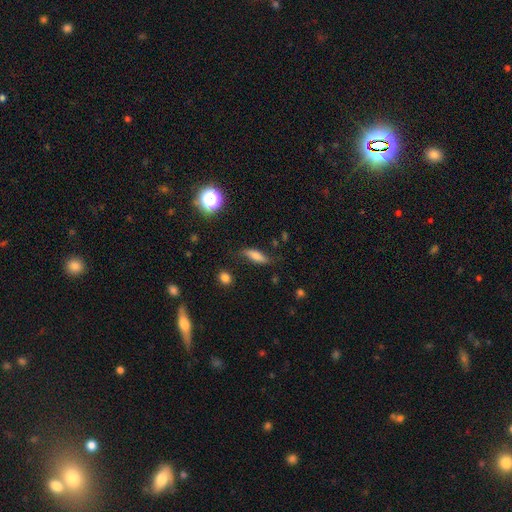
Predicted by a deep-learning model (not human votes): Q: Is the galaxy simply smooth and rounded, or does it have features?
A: smooth — 67%.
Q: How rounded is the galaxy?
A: in between — 52%.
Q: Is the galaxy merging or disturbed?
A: none — 69%.